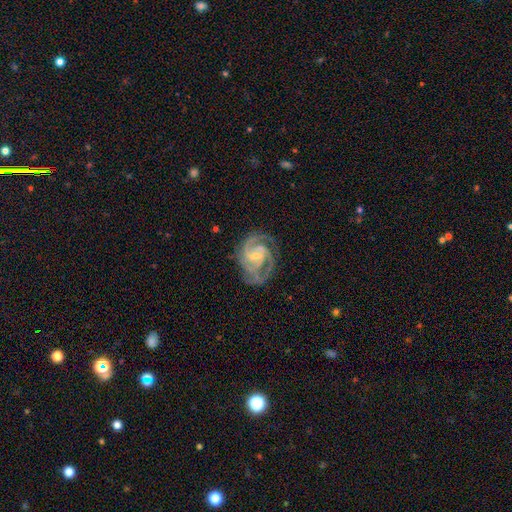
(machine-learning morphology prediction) type=featured or disk (92%); edge-on=no (98%); bar=weak (50%); spiral arms=yes (99%); winding=tight (53%); arm count=2 (40%); bulge=small (71%); merging=none (73%).